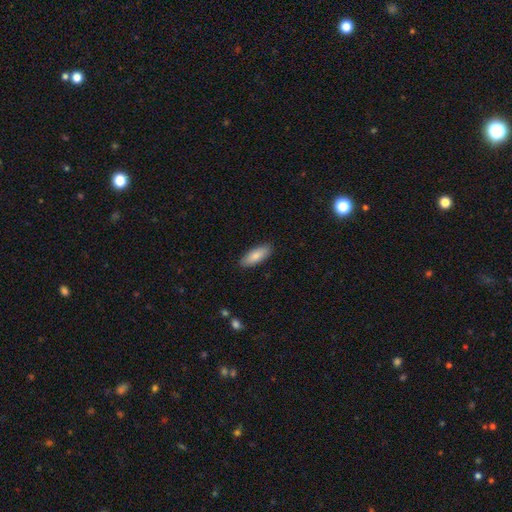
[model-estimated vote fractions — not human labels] Smooth or featured? smooth (83%)
How rounded? in between (73%)
Merging? none (88%)